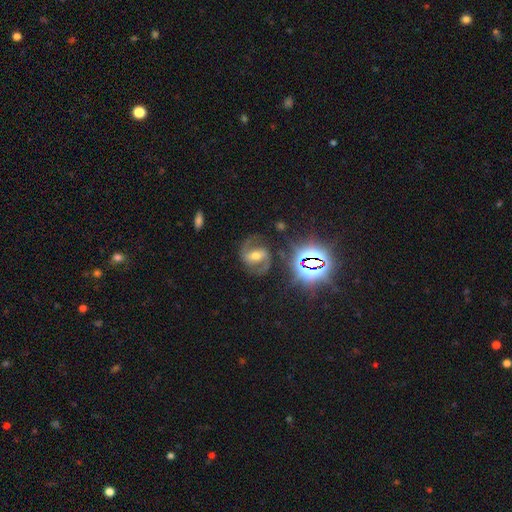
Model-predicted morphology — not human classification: A featured or disk galaxy (74%) with a strong bar (49%), 2 (91%) medium (58%) spiral arms (94%) and a moderate central bulge (64%). Merging: none (77%).